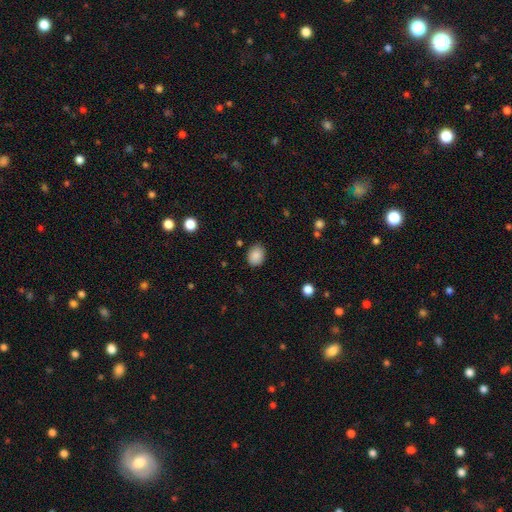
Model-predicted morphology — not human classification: smooth_or_featured: smooth (p=0.88) [alt: star or artifact p=0.08]
how_rounded: in between (p=0.56) [alt: round p=0.43]
merging: none (p=0.82) [alt: minor disturbance p=0.14]